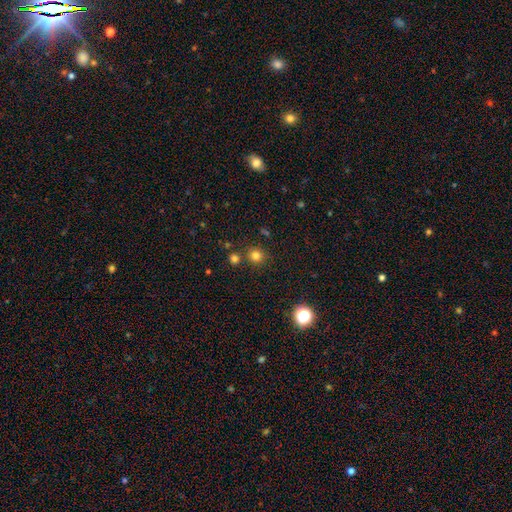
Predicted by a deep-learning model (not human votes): Smooth or featured? smooth (78%)
How rounded? round (90%)
Merging? none (81%)